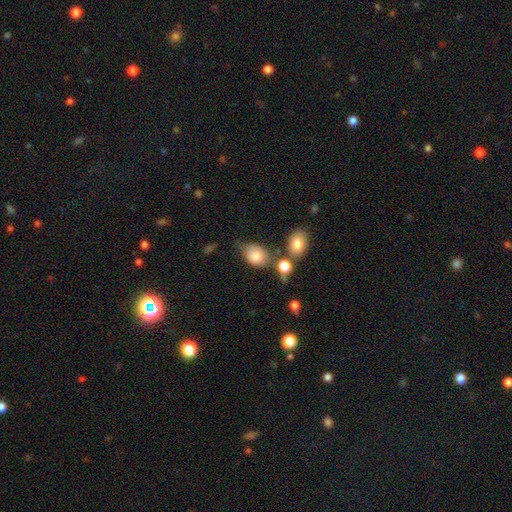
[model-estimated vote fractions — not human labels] A smooth galaxy with no disk features (81%) that is in between round and cigar-shaped (65%). Merging: none (50%).